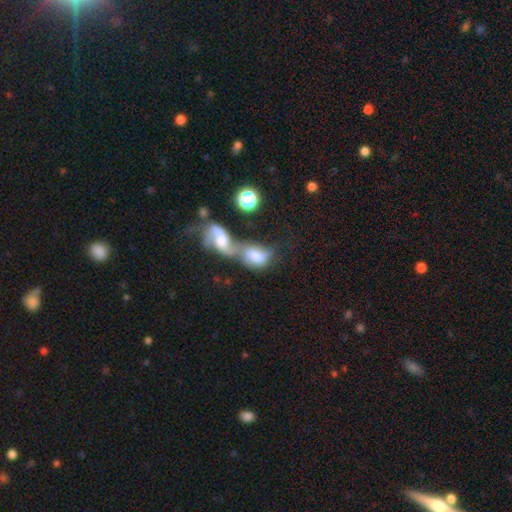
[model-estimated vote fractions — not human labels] Smooth or featured? Predicted: smooth (p=0.56). How rounded? Predicted: in between (p=0.81). Merging? Predicted: merger (p=0.78).